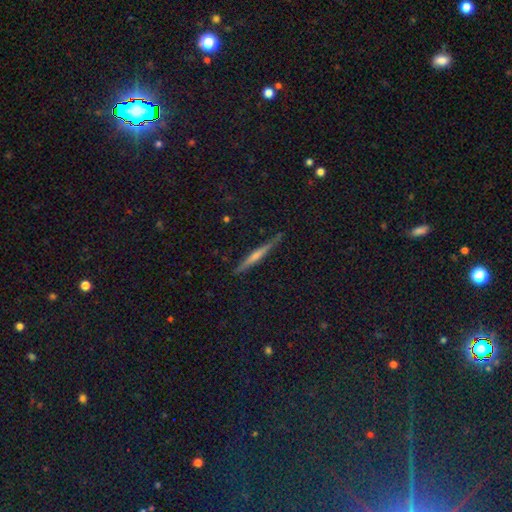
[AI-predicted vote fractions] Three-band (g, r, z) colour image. It shows a featured or disk galaxy (62%) viewed edge-on (97%) with a rounded central bulge (52%). Merging: none (87%).